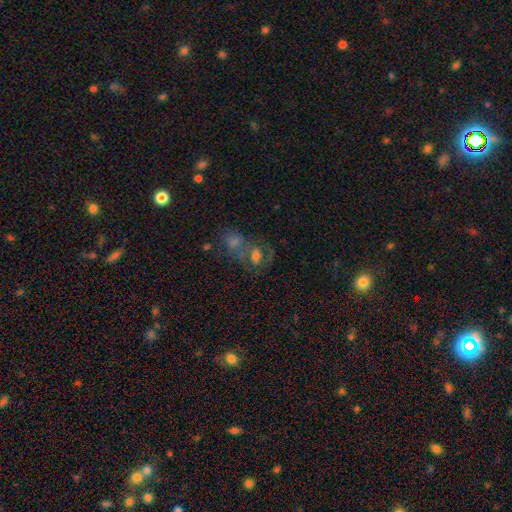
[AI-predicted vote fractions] smooth_or_featured: smooth (p=0.46) [alt: star or artifact p=0.34]
merging: merger (p=0.47) [alt: none p=0.37]